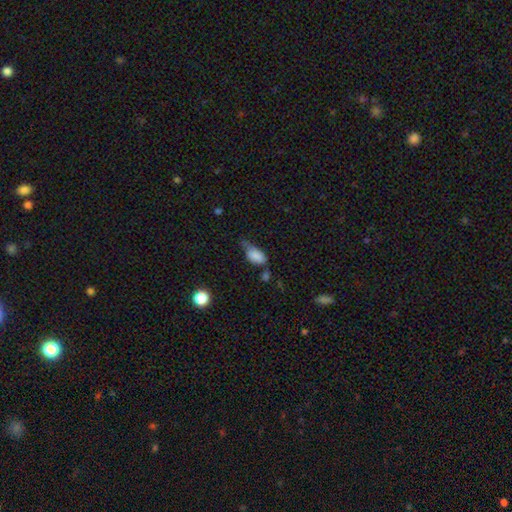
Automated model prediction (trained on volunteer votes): Smooth or featured: smooth — 82% (featured or disk — 10%)
How rounded: in between — 91% (round — 6%)
Merging: minor disturbance — 42% (none — 29%)